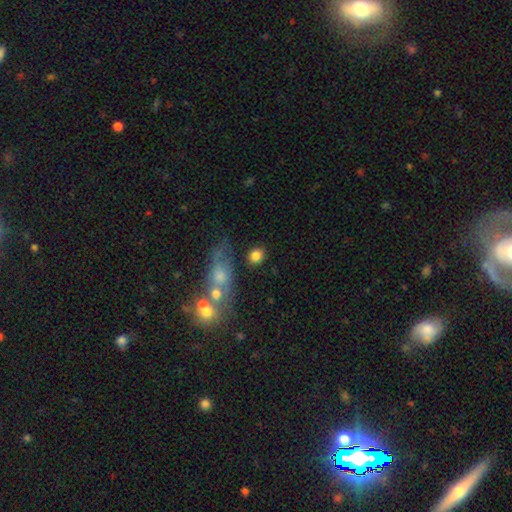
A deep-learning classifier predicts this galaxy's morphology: The model was most divided on "how rounded": round: 72%, in between: 26%, cigar-shaped: 2%. More confident: smooth or featured — smooth (81%); merging — none (76%).